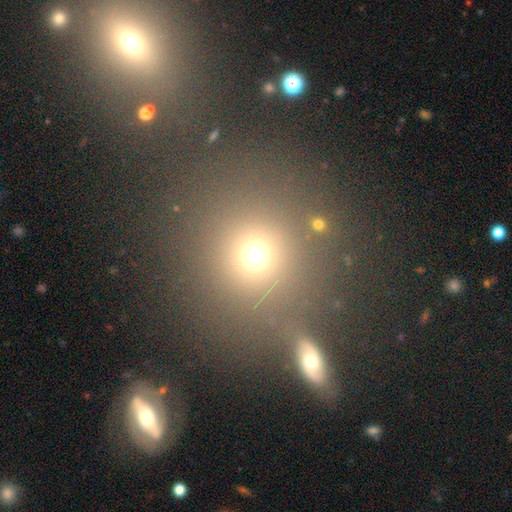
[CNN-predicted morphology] Q: Smooth or featured?
A: smooth (68%); runner-up: star or artifact (23%)
Q: How rounded?
A: round (88%); runner-up: in between (10%)
Q: Merging?
A: none (71%); runner-up: merger (12%)